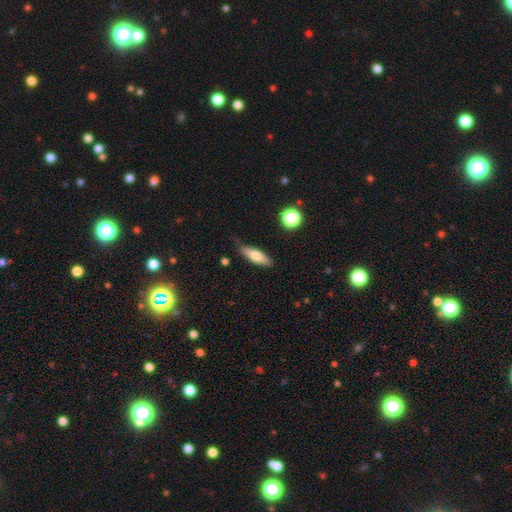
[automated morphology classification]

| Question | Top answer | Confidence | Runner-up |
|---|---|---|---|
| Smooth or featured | smooth | 71% | featured or disk (22%) |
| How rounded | in between | 49% | cigar-shaped (48%) |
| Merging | none | 82% | minor disturbance (14%) |